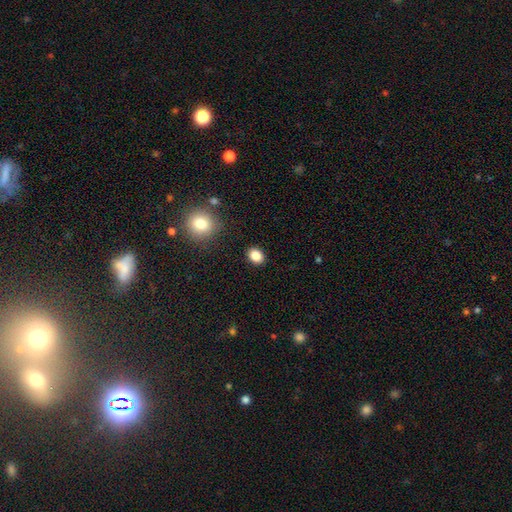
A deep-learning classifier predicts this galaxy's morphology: Overall: smooth (86%). How rounded: in between (62%; round 37%). Merging: none (88%).